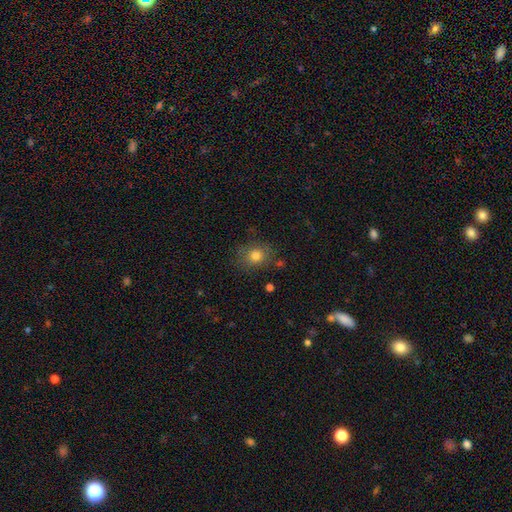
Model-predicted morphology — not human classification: The model was most divided on "how rounded": round: 66%, in between: 33%, cigar-shaped: 1%. More confident: smooth or featured — smooth (78%); merging — none (77%).